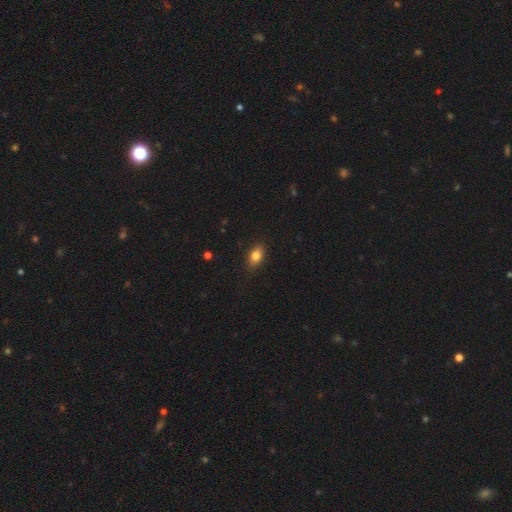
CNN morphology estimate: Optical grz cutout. It shows a smooth galaxy with no disk features (82%) that is in between round and cigar-shaped (82%). Merging: none (86%).